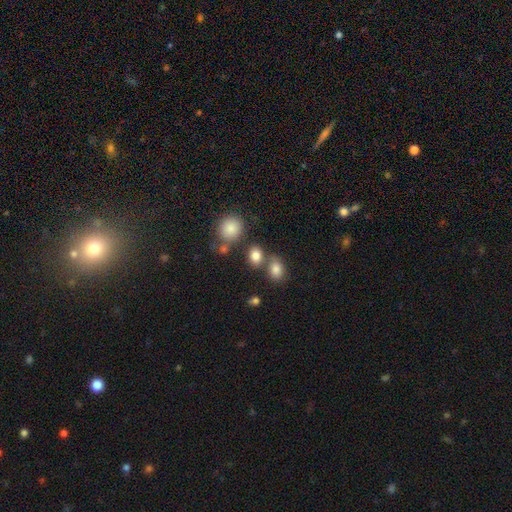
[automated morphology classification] Smooth or featured: smooth — 83% (star or artifact — 11%)
How rounded: in between — 58% (round — 40%)
Merging: none — 62% (merger — 23%)